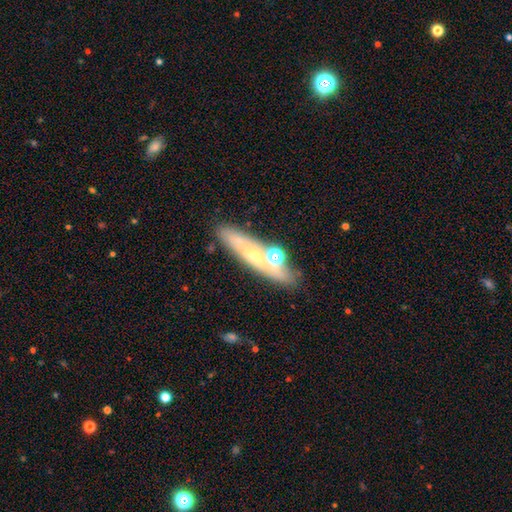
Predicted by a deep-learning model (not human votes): smooth_or_featured: featured or disk (p=0.53) [alt: smooth p=0.34]
disk_edge_on: yes (p=0.57) [alt: no p=0.43]
merging: none (p=0.69) [alt: minor disturbance p=0.14]